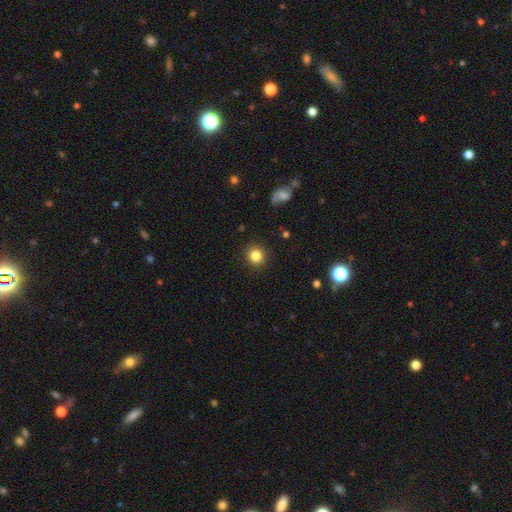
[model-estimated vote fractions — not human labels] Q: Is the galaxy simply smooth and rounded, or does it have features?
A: smooth — 83%.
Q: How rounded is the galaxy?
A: round — 90%.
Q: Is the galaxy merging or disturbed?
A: none — 90%.